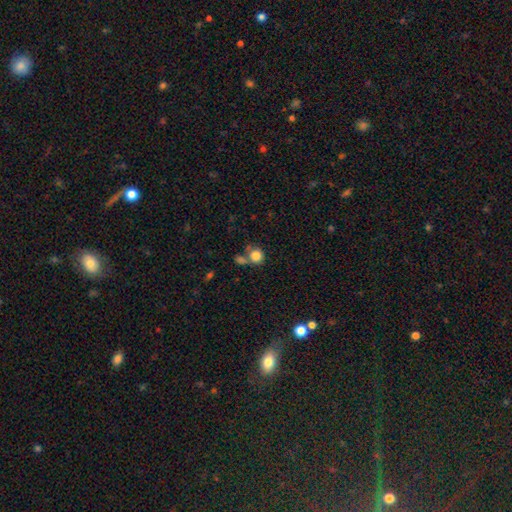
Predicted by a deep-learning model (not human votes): Q: Smooth or featured?
A: smooth (82%); runner-up: star or artifact (10%)
Q: How rounded?
A: round (85%); runner-up: in between (14%)
Q: Merging?
A: none (51%); runner-up: merger (30%)